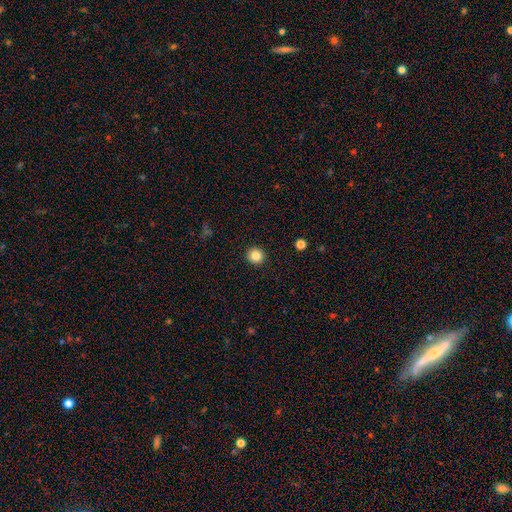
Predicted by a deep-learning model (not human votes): This is clearly a smooth galaxy (85%). How rounded: clearly round (93%). Merging: clearly none (93%).